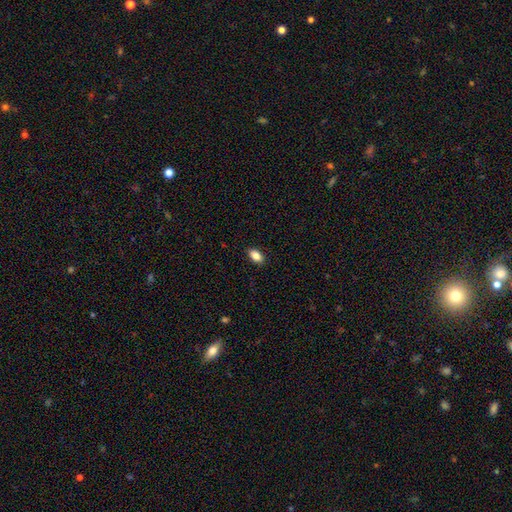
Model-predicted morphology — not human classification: smooth_or_featured: smooth (p=0.86) [alt: star or artifact p=0.08]
how_rounded: in between (p=0.90) [alt: round p=0.06]
merging: none (p=0.89) [alt: minor disturbance p=0.08]